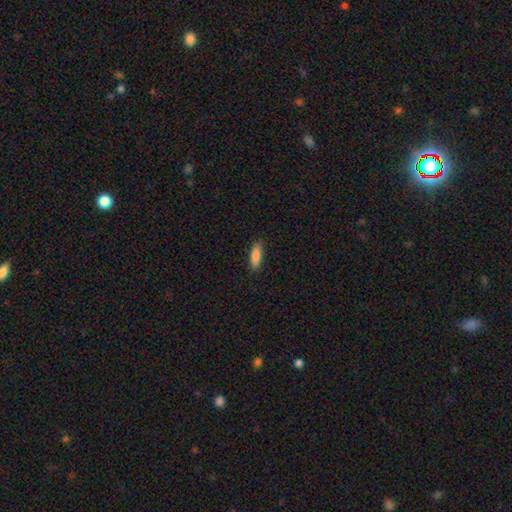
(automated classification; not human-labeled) A smooth galaxy with no disk features (87%) that is in between round and cigar-shaped (57%).

Vote fractions:
- Smooth or featured? smooth: 87% / featured or disk: 6% / star or artifact: 6%
- How rounded? in between: 57% / cigar-shaped: 42% / round: 2%
- Merging? none: 88% / minor disturbance: 9% / major disturbance: 2% / merger: 1%